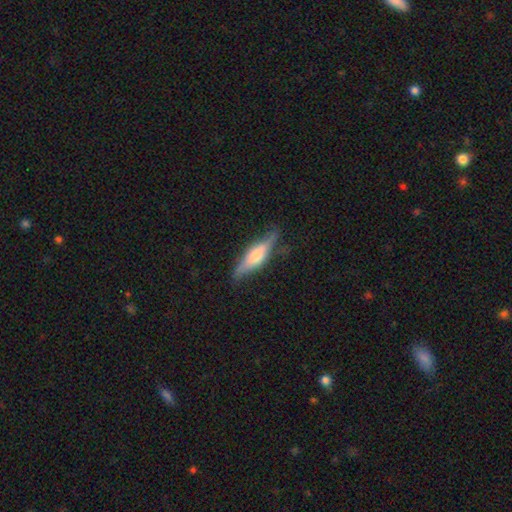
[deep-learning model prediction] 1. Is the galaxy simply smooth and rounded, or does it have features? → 56% featured or disk, 38% smooth, 6% star or artifact.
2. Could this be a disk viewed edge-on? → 88% yes, 12% no.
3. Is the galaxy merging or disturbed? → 75% none, 19% minor disturbance, 5% major disturbance, 2% merger.